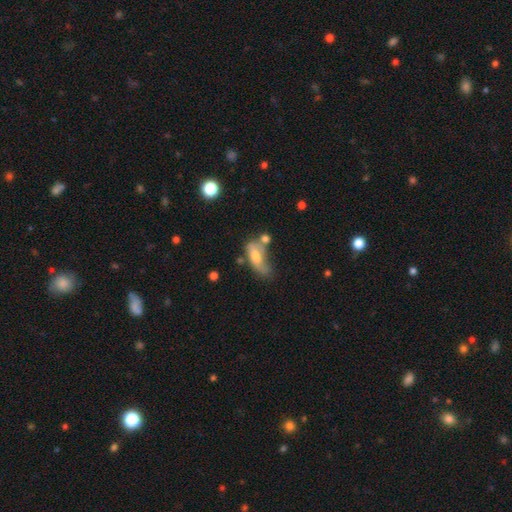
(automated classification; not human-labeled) Q: Smooth or featured?
A: smooth (58%); runner-up: featured or disk (34%)
Q: How rounded?
A: in between (76%); runner-up: cigar-shaped (20%)
Q: Merging?
A: none (27%); tied with: minor disturbance (27%)